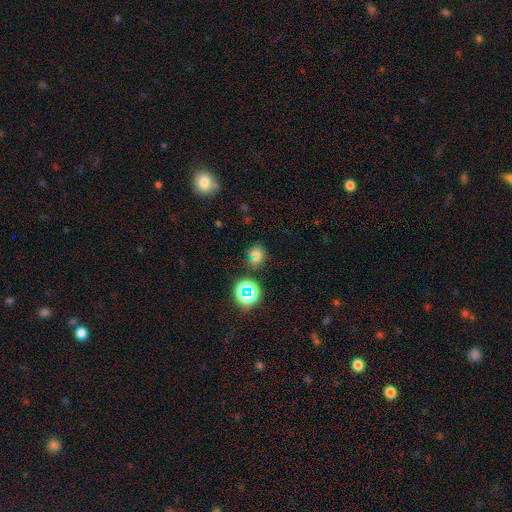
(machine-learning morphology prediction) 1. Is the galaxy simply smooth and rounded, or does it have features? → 60% smooth, 31% star or artifact, 9% featured or disk.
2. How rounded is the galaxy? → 71% round, 28% in between, 1% cigar-shaped.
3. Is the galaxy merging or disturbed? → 73% none, 14% minor disturbance, 8% merger, 5% major disturbance.